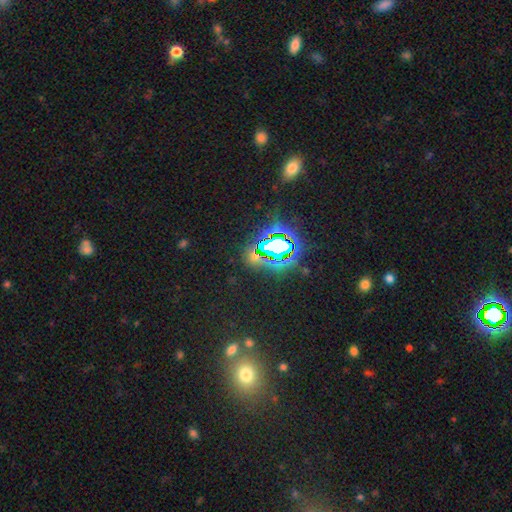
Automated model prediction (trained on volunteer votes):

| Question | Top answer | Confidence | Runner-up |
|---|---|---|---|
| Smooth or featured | star or artifact | 75% | smooth (15%) |